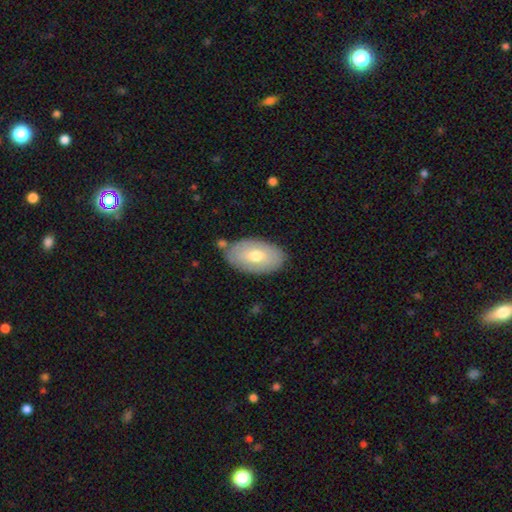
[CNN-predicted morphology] Q: Smooth or featured?
A: smooth (63%); runner-up: featured or disk (31%)
Q: How rounded?
A: in between (94%); runner-up: round (4%)
Q: Merging?
A: none (78%); runner-up: minor disturbance (14%)